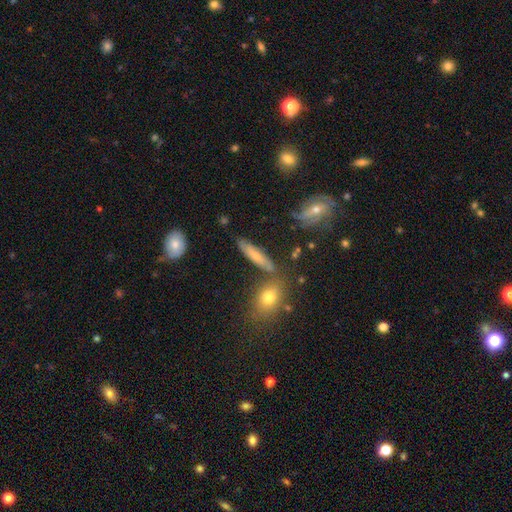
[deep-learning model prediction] This appears to be a smooth galaxy with no disk features (60%) that is cigar-shaped (78%). Merging: none (75%).